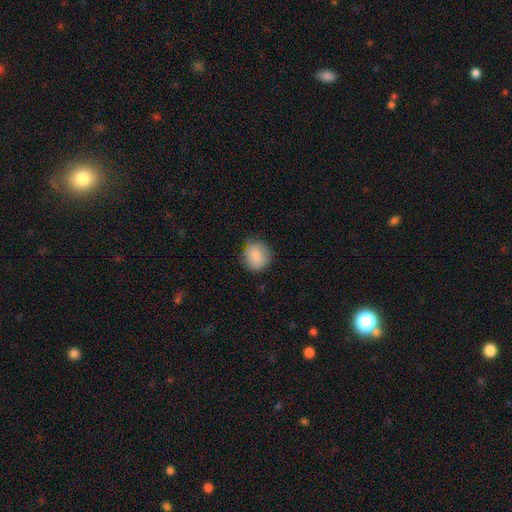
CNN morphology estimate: A smooth galaxy with no disk features (86%) that is round (87%). Merging: none (78%).